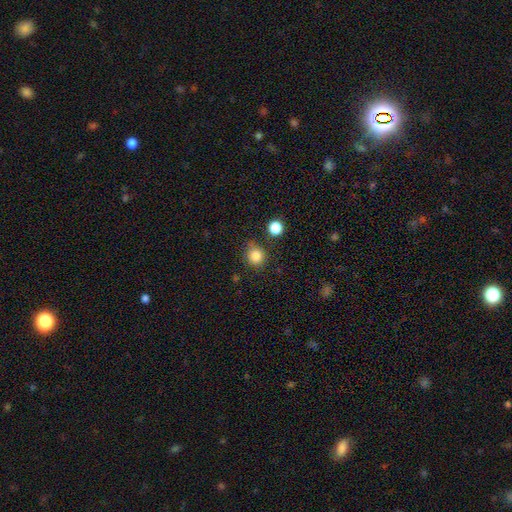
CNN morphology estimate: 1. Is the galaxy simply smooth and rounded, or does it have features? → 83% smooth, 12% star or artifact, 5% featured or disk.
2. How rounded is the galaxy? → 90% round, 10% in between, 1% cigar-shaped.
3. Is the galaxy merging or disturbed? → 79% none, 12% minor disturbance, 5% merger, 3% major disturbance.